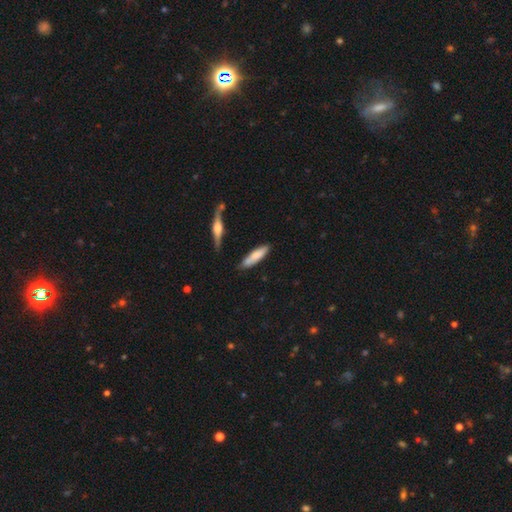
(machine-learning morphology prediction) type=smooth (74%); roundness=cigar-shaped (71%); merging=none (77%).